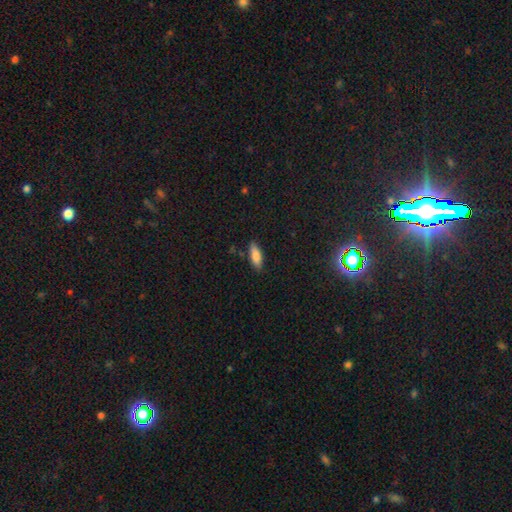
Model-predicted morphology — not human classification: Smooth or featured? Predicted: smooth (p=0.82). How rounded? Predicted: in between (p=0.65). Merging? Predicted: none (p=0.85).